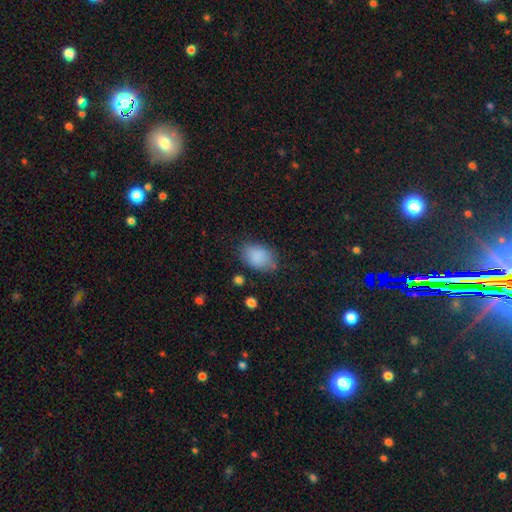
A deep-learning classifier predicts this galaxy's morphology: smooth-or-featured: smooth: 86% | star or artifact: 8% | featured or disk: 6%
  how-rounded: in between: 88% | round: 11% | cigar-shaped: 1%
  merging: none: 71% | minor disturbance: 20% | major disturbance: 6% | merger: 2%